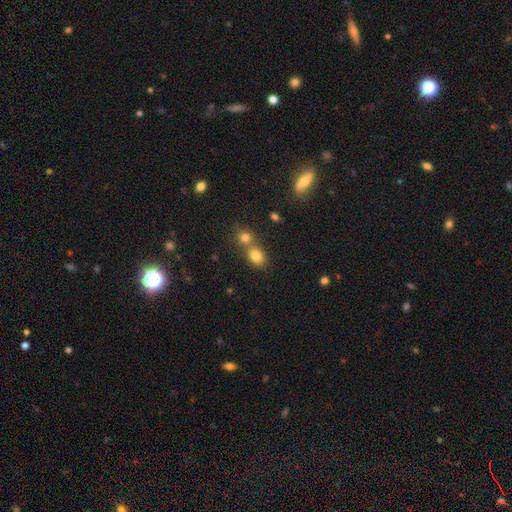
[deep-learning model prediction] Smooth or featured: smooth — 81% (star or artifact — 12%)
How rounded: round — 63% (in between — 36%)
Merging: none — 45% (tied with merger — 45%)